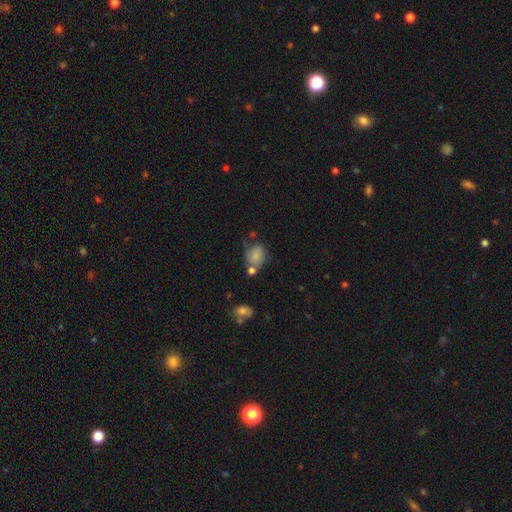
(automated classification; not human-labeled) smooth-or-featured: smooth: 70% | featured or disk: 21% | star or artifact: 10%
  how-rounded: in between: 55% | round: 44% | cigar-shaped: 1%
  merging: none: 41% | minor disturbance: 27% | merger: 20% | major disturbance: 13%